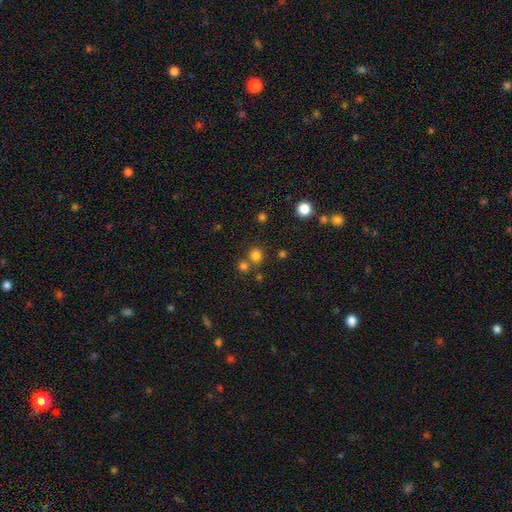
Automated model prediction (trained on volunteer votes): smooth-or-featured: smooth: 76% | star or artifact: 19% | featured or disk: 6%
  how-rounded: round: 89% | in between: 10% | cigar-shaped: 1%
  merging: none: 70% | merger: 20% | minor disturbance: 7% | major disturbance: 3%